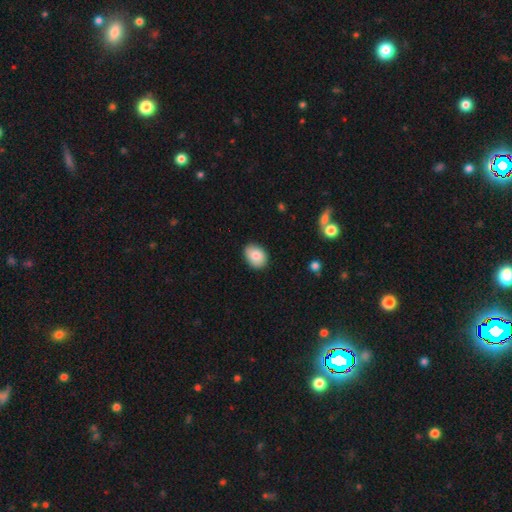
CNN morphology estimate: Q: Smooth or featured?
A: smooth (83%); runner-up: featured or disk (10%)
Q: How rounded?
A: in between (70%); runner-up: round (29%)
Q: Merging?
A: none (84%); runner-up: minor disturbance (13%)